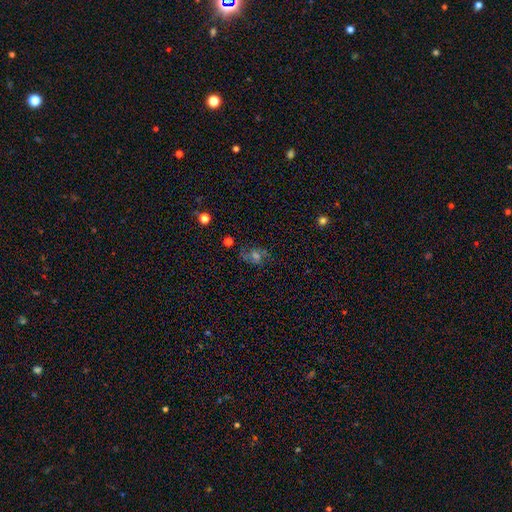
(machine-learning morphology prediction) Smooth or featured?
  - featured or disk: 48% *
  - star or artifact: 29%
  - smooth: 22%
Merging?
  - none: 68% *
  - minor disturbance: 16%
  - major disturbance: 11%
  - merger: 4%